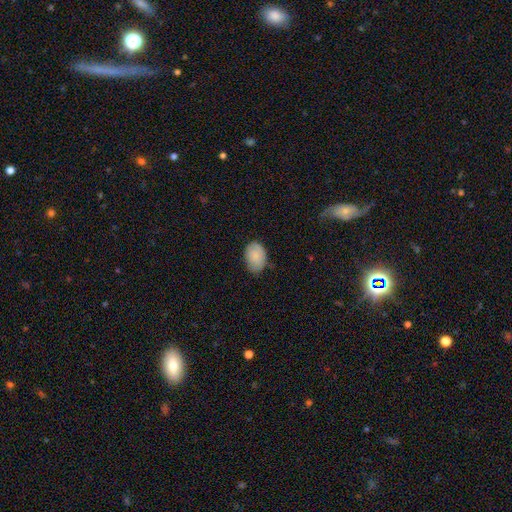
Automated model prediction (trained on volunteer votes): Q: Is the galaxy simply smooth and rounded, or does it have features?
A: smooth — 85%.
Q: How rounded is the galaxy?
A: in between — 84%.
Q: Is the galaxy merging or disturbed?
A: none — 70%.